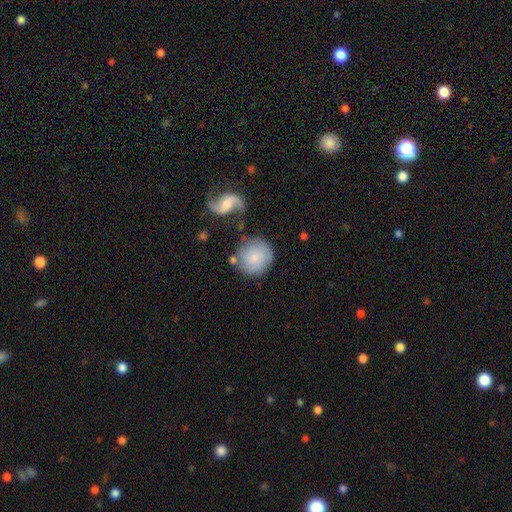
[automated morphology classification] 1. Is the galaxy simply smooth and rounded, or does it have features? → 67% smooth, 26% featured or disk, 7% star or artifact.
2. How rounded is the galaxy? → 90% round, 9% in between, 1% cigar-shaped.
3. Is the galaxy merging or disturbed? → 66% none, 16% minor disturbance, 12% merger, 6% major disturbance.